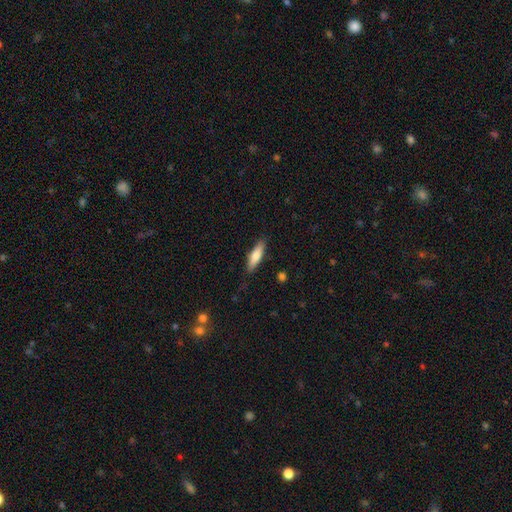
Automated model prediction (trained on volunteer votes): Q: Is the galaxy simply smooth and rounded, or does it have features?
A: smooth — 71%.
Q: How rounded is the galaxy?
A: cigar-shaped — 62%.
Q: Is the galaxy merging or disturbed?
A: none — 85%.